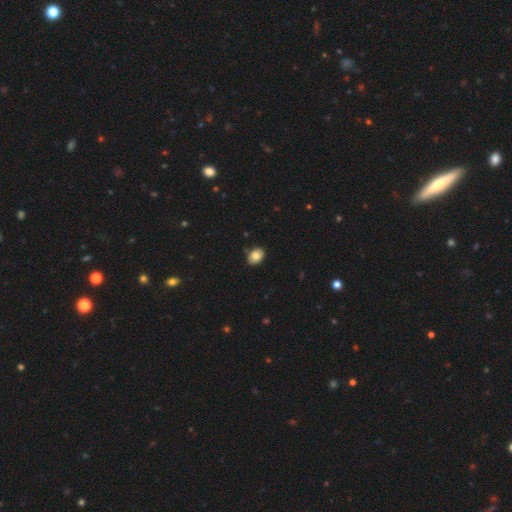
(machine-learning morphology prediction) smooth 80%, featured or disk 11%, star or artifact 8%. Down the decision tree: how rounded — in between (74%); merging — none (86%).